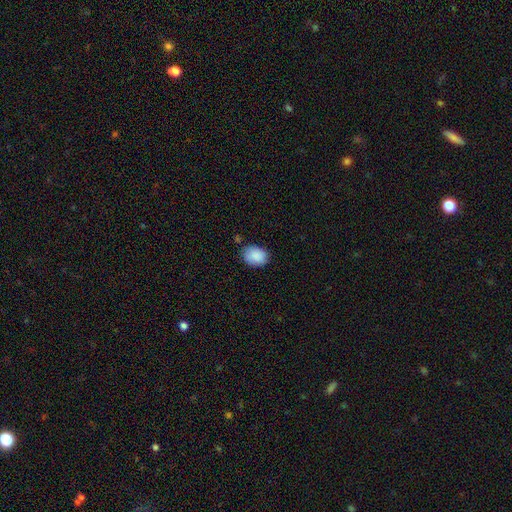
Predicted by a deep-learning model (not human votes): Morphology: type=smooth (89%); roundness=in between (72%); merging=none (75%).